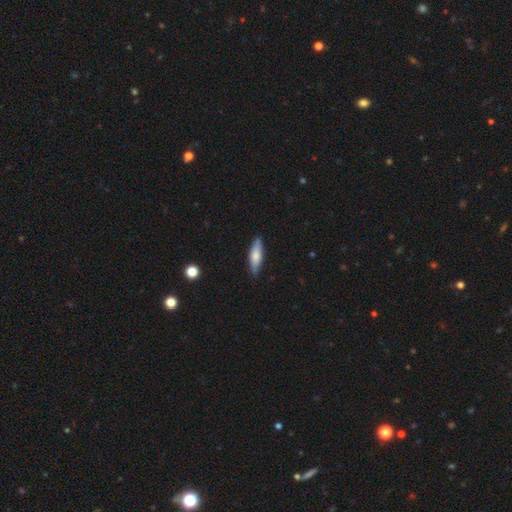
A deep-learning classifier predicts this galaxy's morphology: Smooth or featured? Predicted: smooth (p=0.71). How rounded? Predicted: cigar-shaped (p=0.54). Merging? Predicted: none (p=0.84).